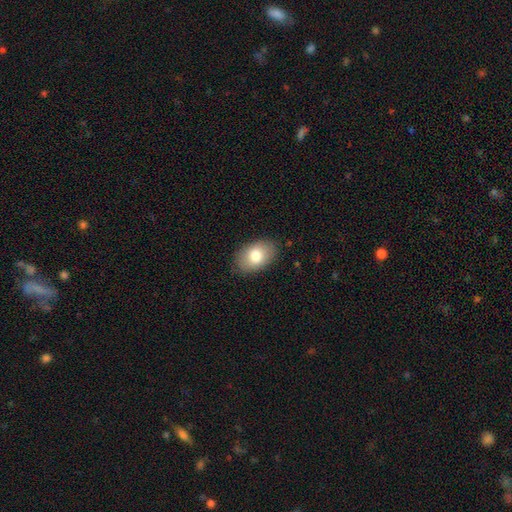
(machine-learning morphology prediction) smooth-or-featured: smooth: 79% | featured or disk: 14% | star or artifact: 7%
  how-rounded: in between: 88% | round: 11% | cigar-shaped: 1%
  merging: none: 85% | minor disturbance: 11% | major disturbance: 3% | merger: 1%